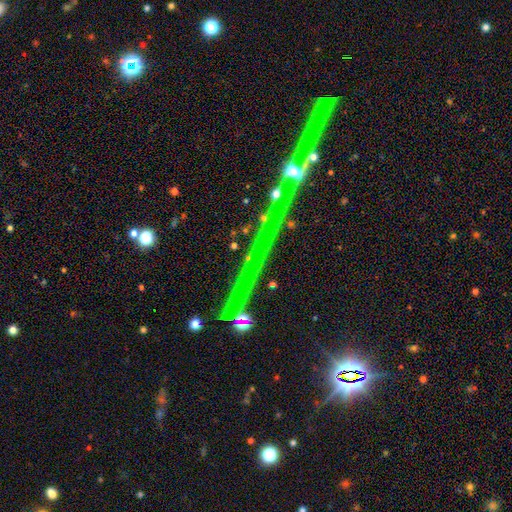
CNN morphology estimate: Q: Smooth or featured?
A: star or artifact (68%); runner-up: featured or disk (22%)